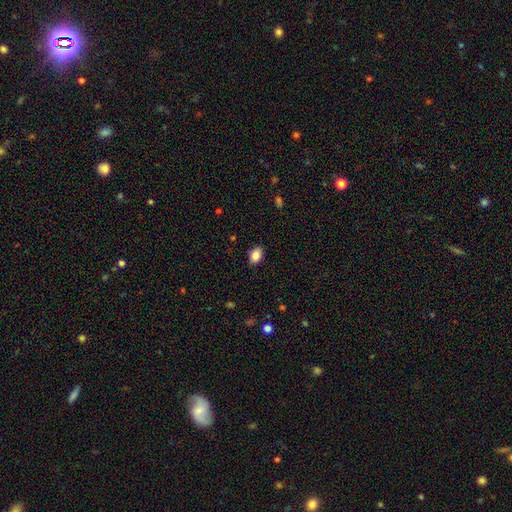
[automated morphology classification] This is clearly a smooth galaxy (86%). How rounded: likely in between (76%). Merging: clearly none (87%).